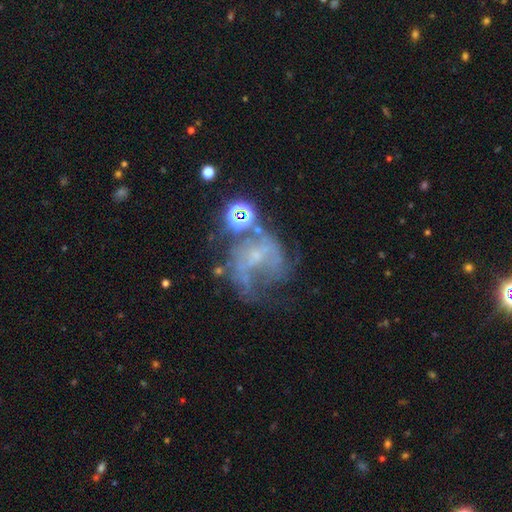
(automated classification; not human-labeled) This is likely a featured or disk galaxy (60%). It is clearly not viewed edge-on (98%). Bar: likely no (69%). Spiral arm pattern: possibly yes (54%). Central bulge: possibly small (53%). Merging: marginally major disturbance (38%).